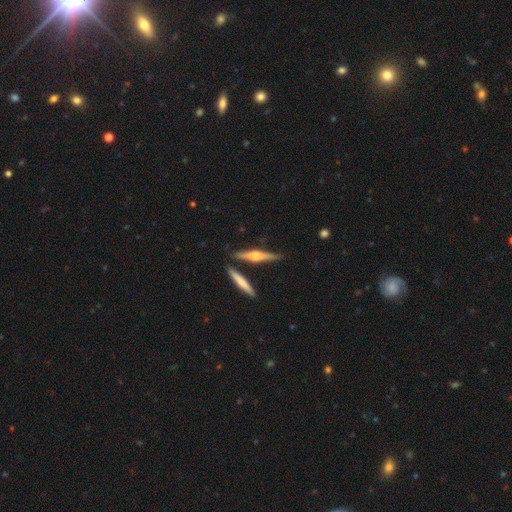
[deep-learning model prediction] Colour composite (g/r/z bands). It shows a featured or disk galaxy (68%) viewed edge-on (97%) with a rounded central bulge (91%). Merging: none (81%).